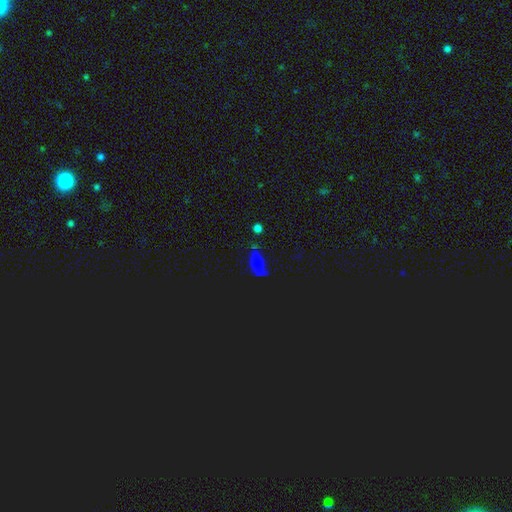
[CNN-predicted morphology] This is possibly a smooth galaxy (57%). How rounded: likely in between (76%). Merging: possibly none (48%).